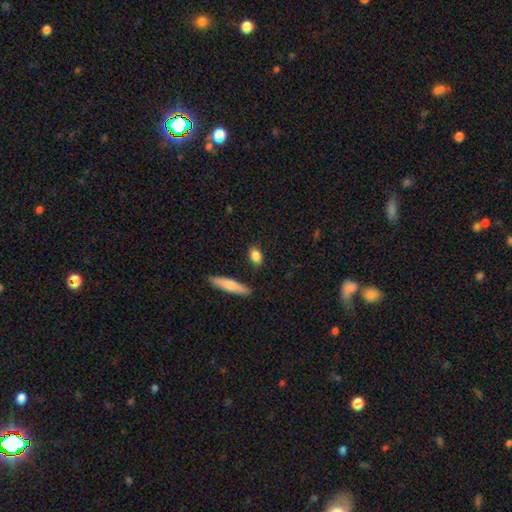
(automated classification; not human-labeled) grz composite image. It shows a smooth galaxy with no disk features (84%) that is in between round and cigar-shaped (77%). Merging: none (85%).